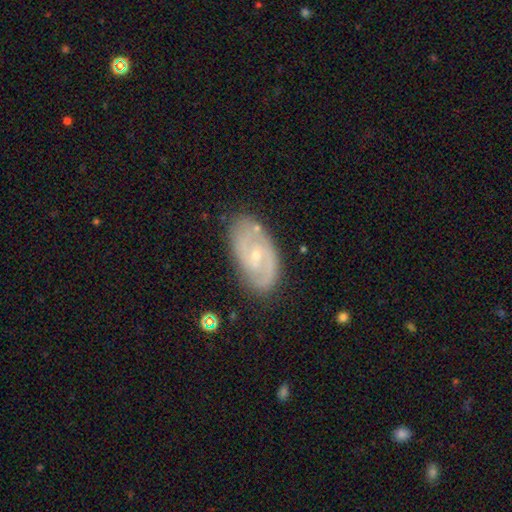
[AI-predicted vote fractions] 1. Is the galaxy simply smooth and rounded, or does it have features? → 80% featured or disk, 14% smooth, 6% star or artifact.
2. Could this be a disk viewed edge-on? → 96% no, 4% yes.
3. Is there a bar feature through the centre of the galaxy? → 49% no, 43% weak, 8% strong.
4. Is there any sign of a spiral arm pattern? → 92% yes, 8% no.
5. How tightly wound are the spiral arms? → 45% medium, 40% tight, 15% loose.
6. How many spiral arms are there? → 75% 2, 13% can't tell, 4% 3, 4% 1, 2% 4, 2% more than 4.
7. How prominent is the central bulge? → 73% small, 23% moderate, 2% none, 1% large, 1% dominant.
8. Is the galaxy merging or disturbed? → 77% none, 16% minor disturbance, 4% major disturbance, 2% merger.